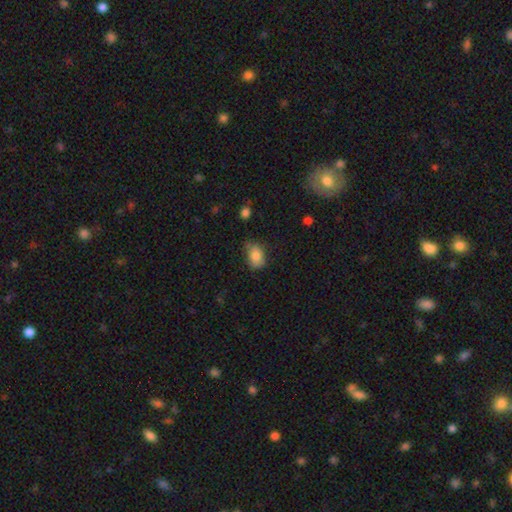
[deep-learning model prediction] smooth 82%, featured or disk 10%, star or artifact 9%. Down the decision tree: how rounded — in between (79%); merging — none (56%).